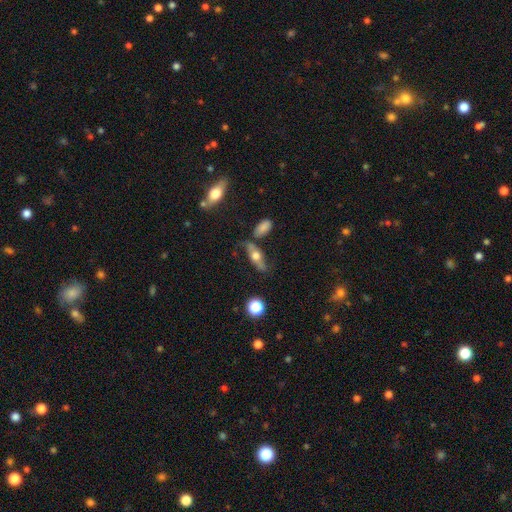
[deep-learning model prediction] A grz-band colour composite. It shows a featured or disk galaxy (51%) viewed edge-on (64%). Merging: none (60%).